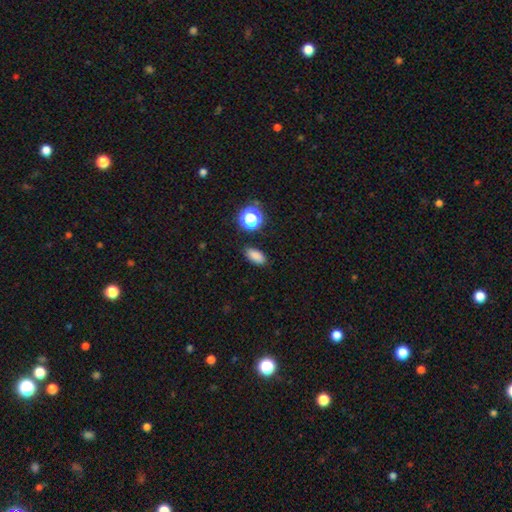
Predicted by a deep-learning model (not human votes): smooth 83%, star or artifact 13%, featured or disk 4%. Down the decision tree: how rounded — in between (85%); merging — none (86%).